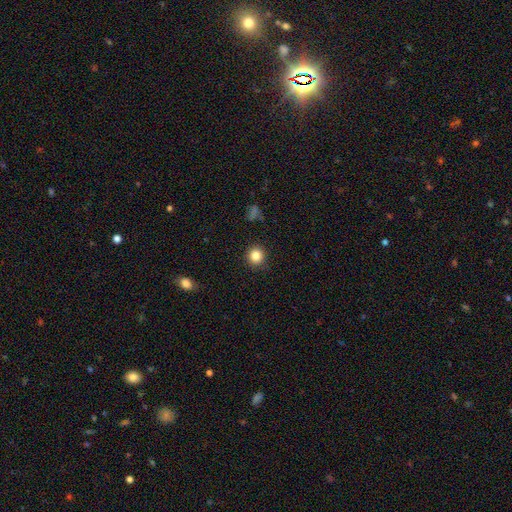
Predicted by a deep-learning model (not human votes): A smooth galaxy with no disk features (84%) that is round (91%). Merging: none (90%).